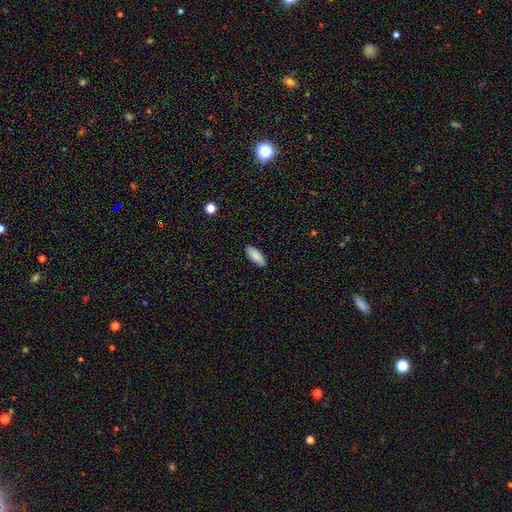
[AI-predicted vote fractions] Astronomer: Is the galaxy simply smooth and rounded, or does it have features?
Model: smooth — 88%.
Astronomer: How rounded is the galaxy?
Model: in between — 73%.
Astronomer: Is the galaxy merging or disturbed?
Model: none — 89%.